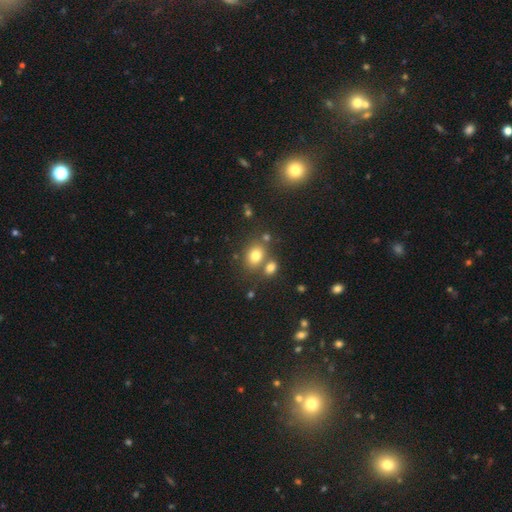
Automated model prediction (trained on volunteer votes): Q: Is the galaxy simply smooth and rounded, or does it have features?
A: smooth — 77%.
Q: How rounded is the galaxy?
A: in between — 57%.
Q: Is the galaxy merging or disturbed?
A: none — 58%.